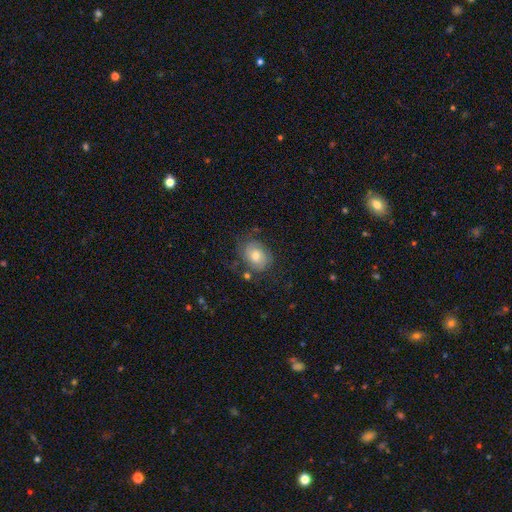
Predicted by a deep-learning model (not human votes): Smooth or featured? Predicted: featured or disk (p=0.47). Merging? Predicted: none (p=0.67).